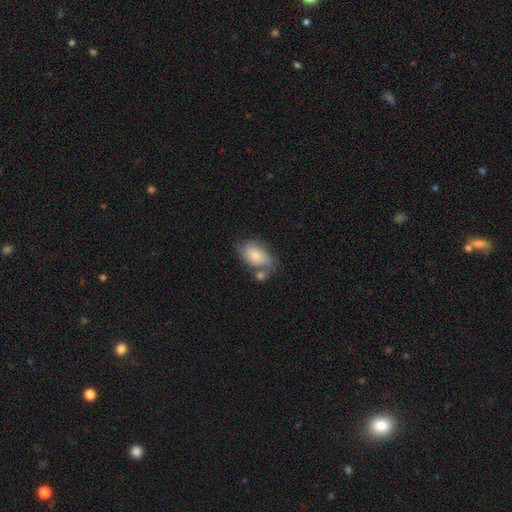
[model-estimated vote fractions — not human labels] smooth-or-featured: smooth: 67% | featured or disk: 26% | star or artifact: 7%
  how-rounded: in between: 88% | round: 10% | cigar-shaped: 2%
  merging: none: 40% | merger: 25% | minor disturbance: 24% | major disturbance: 11%